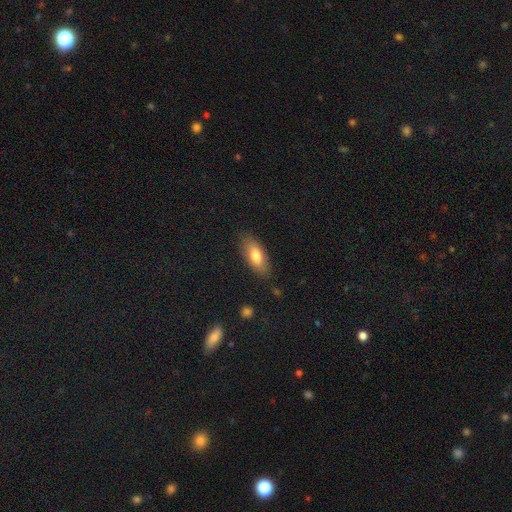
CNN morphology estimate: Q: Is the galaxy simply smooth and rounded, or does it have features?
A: smooth — 76%.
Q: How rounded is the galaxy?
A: in between — 80%.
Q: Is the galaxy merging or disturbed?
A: none — 83%.